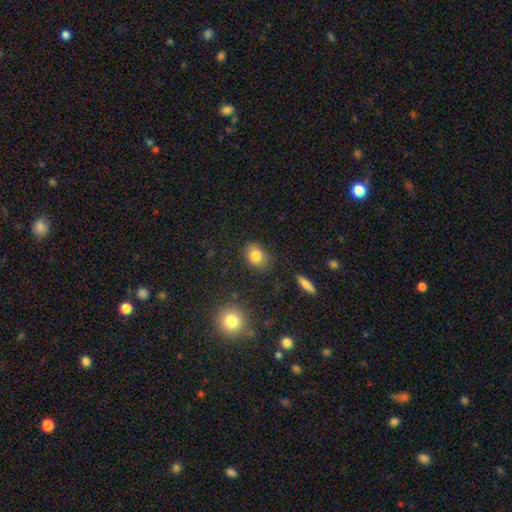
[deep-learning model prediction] A smooth galaxy with no disk features (82%) that is in between round and cigar-shaped (57%). Merging: none (80%).